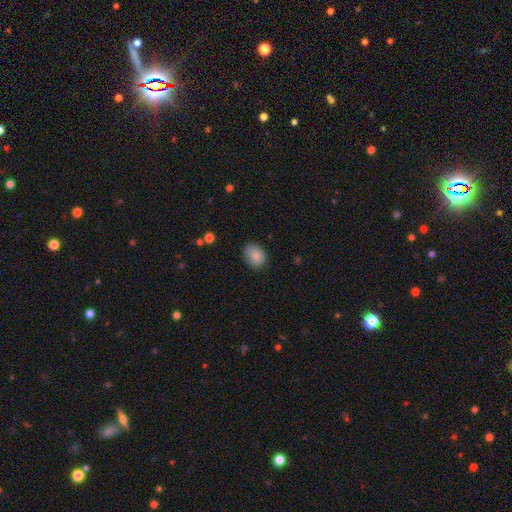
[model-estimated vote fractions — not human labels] Smooth or featured?
  - smooth: 84% *
  - star or artifact: 8%
  - featured or disk: 8%
How rounded?
  - in between: 50% *
  - round: 49%
  - cigar-shaped: 1%
Merging?
  - none: 75% *
  - minor disturbance: 19%
  - major disturbance: 4%
  - merger: 1%